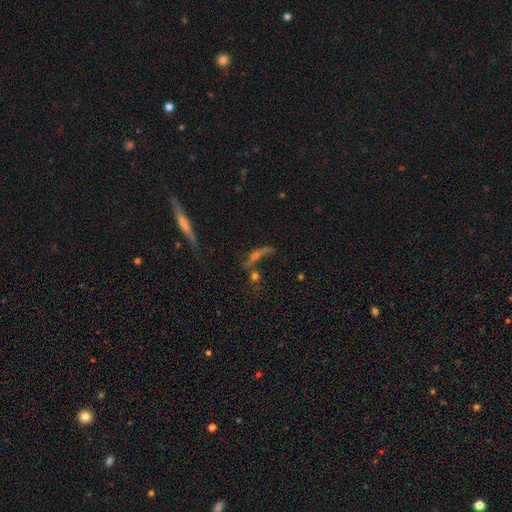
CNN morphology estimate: featured or disk 59%, smooth 21%, star or artifact 20%. Down the decision tree: edge-on disk — yes (57%); merging — none (44%).